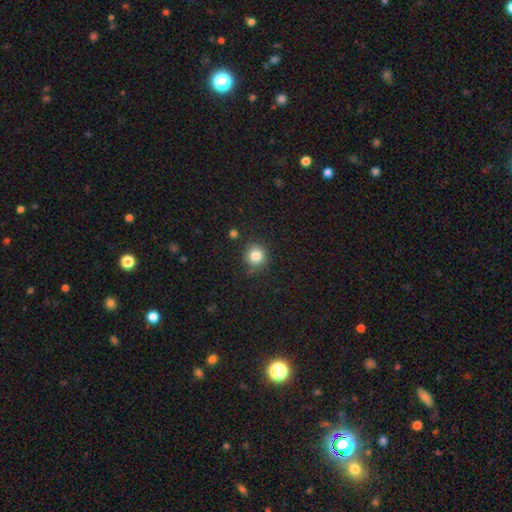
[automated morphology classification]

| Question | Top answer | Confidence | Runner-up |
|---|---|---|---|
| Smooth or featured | smooth | 83% | star or artifact (11%) |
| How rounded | round | 93% | in between (6%) |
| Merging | none | 86% | minor disturbance (9%) |